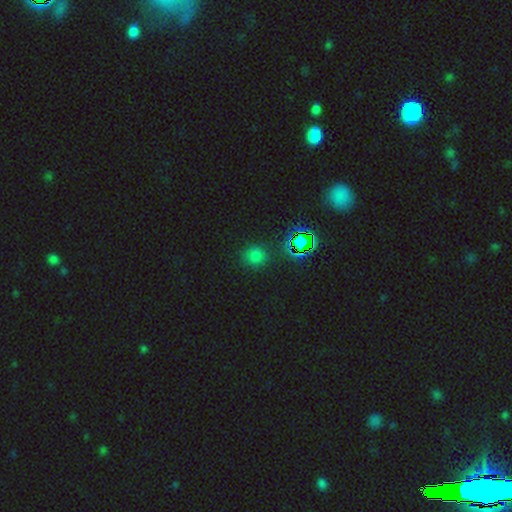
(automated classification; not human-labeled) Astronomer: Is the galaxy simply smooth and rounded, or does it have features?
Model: smooth — 62%.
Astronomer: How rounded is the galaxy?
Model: round — 85%.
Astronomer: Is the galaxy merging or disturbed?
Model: none — 84%.